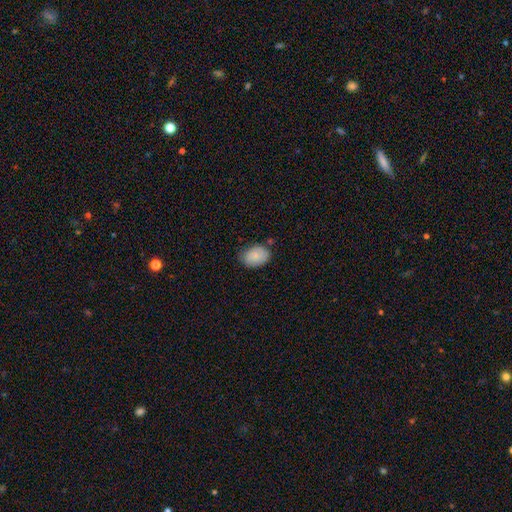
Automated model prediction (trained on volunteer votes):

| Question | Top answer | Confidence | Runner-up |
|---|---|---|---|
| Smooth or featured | smooth | 80% | featured or disk (13%) |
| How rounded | in between | 82% | round (17%) |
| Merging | none | 71% | minor disturbance (23%) |